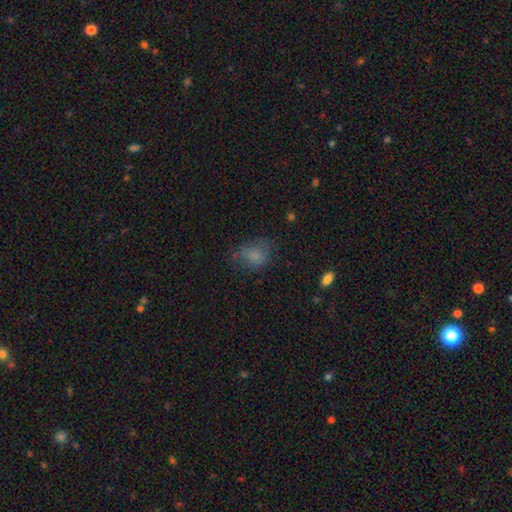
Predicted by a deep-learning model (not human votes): Smooth or featured?
  - smooth: 73% *
  - star or artifact: 14%
  - featured or disk: 14%
How rounded?
  - in between: 60% *
  - round: 38%
  - cigar-shaped: 1%
Merging?
  - none: 54% *
  - minor disturbance: 26%
  - major disturbance: 18%
  - merger: 2%